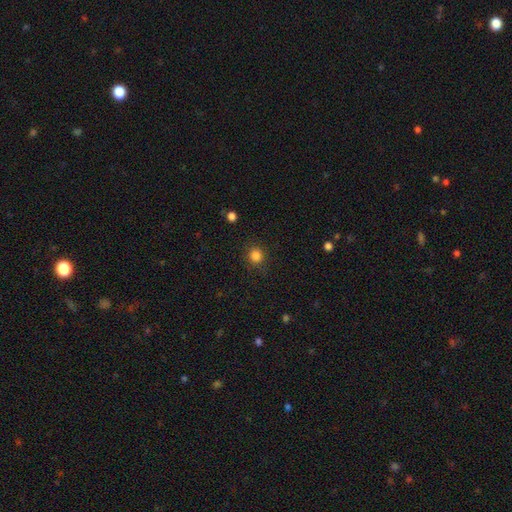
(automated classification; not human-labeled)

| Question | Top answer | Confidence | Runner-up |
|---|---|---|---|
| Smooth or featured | smooth | 84% | star or artifact (12%) |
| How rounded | round | 87% | in between (12%) |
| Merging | none | 85% | minor disturbance (10%) |